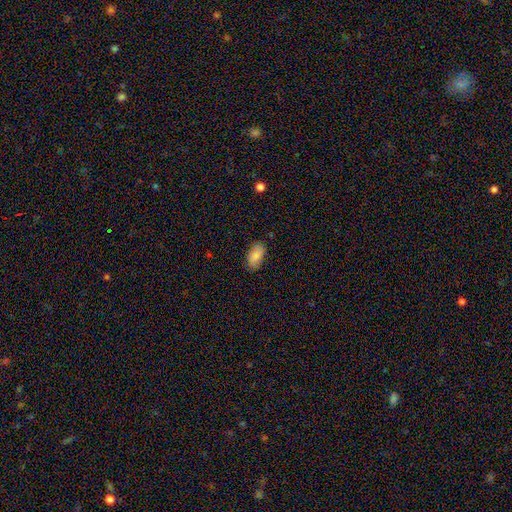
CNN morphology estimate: smooth_or_featured: smooth (p=0.85) [alt: featured or disk p=0.09]
how_rounded: in between (p=0.93) [alt: round p=0.04]
merging: none (p=0.82) [alt: minor disturbance p=0.14]